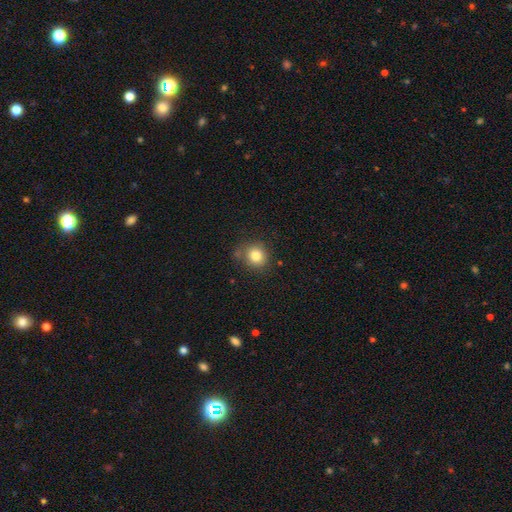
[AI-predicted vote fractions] Smooth or featured? Predicted: smooth (p=0.81). How rounded? Predicted: round (p=0.85). Merging? Predicted: none (p=0.76).